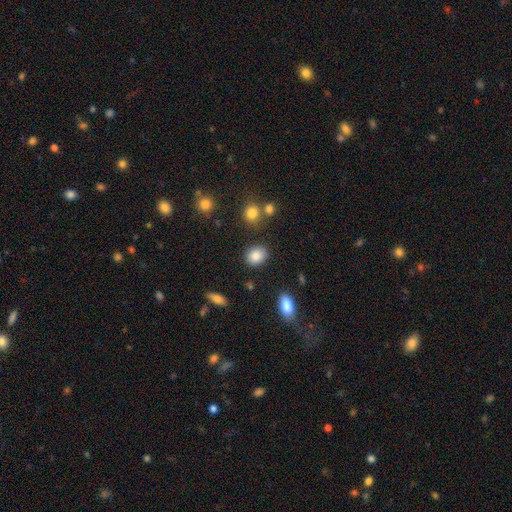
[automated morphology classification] This appears to be a smooth galaxy with no disk features (86%) that is in between round and cigar-shaped (57%). Merging: none (83%).